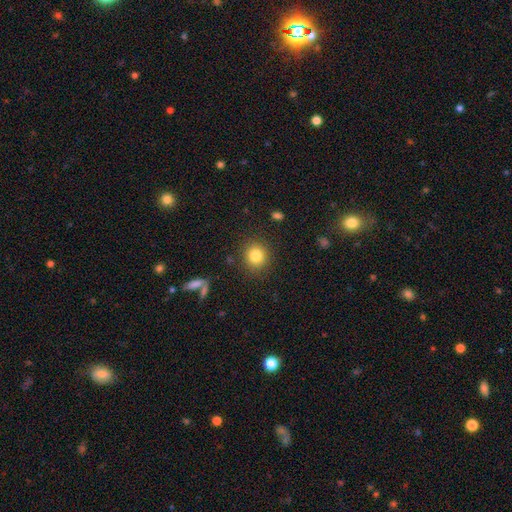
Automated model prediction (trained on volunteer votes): Smooth or featured: smooth — 82% (star or artifact — 11%)
How rounded: round — 84% (in between — 15%)
Merging: none — 87% (minor disturbance — 8%)